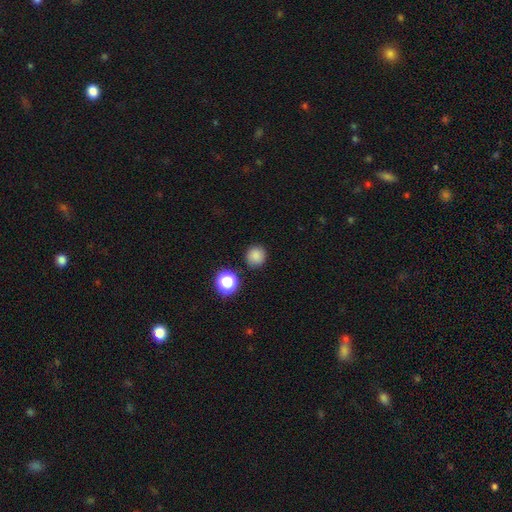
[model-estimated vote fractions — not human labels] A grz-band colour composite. It shows a smooth galaxy with no disk features (81%) that is round (91%). Merging: none (86%).